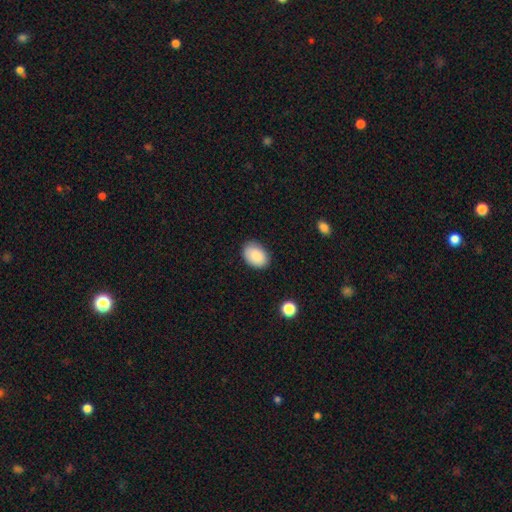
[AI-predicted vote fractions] Smooth or featured? smooth (88%)
How rounded? in between (83%)
Merging? none (86%)